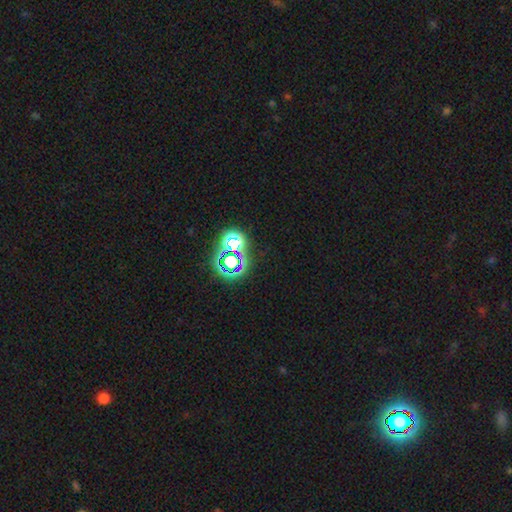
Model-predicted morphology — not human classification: type=star or artifact (71%).